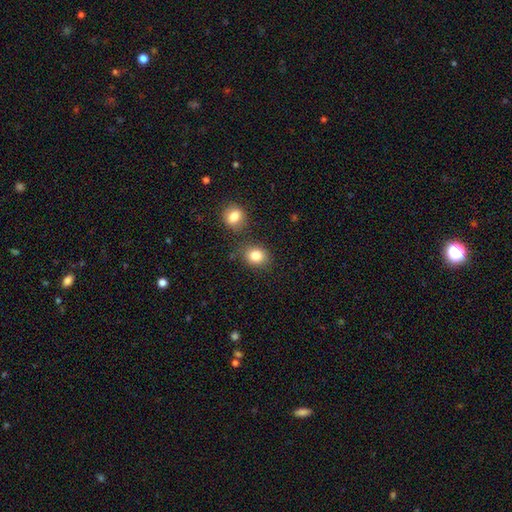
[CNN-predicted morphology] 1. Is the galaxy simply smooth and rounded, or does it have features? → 84% smooth, 10% star or artifact, 6% featured or disk.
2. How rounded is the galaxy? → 62% round, 37% in between, 1% cigar-shaped.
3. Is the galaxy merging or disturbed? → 75% none, 11% minor disturbance, 11% merger, 3% major disturbance.